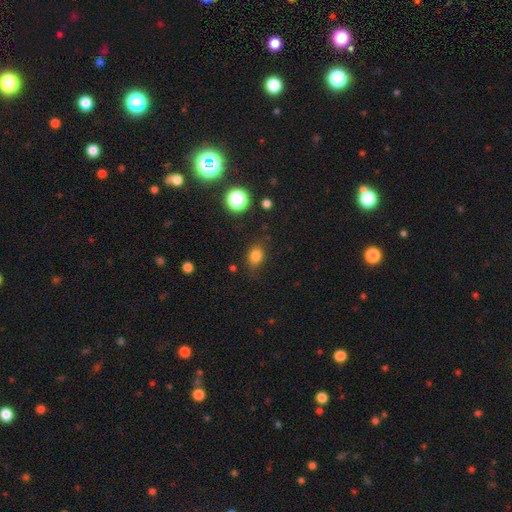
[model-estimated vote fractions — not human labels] Smooth or featured? smooth (80%)
How rounded? in between (59%)
Merging? none (78%)